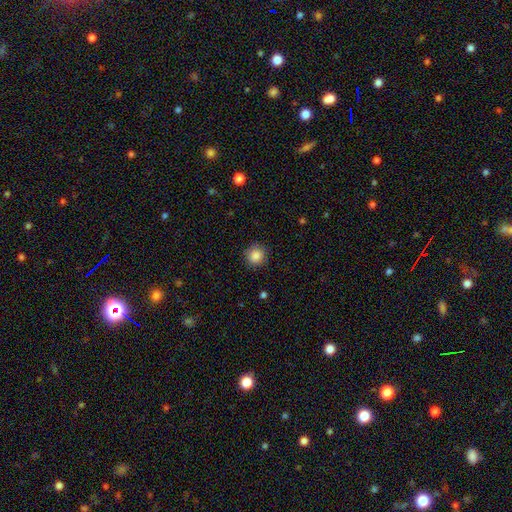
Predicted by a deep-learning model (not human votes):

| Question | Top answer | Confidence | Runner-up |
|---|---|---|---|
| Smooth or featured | smooth | 87% | star or artifact (10%) |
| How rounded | round | 93% | in between (6%) |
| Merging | none | 89% | minor disturbance (8%) |